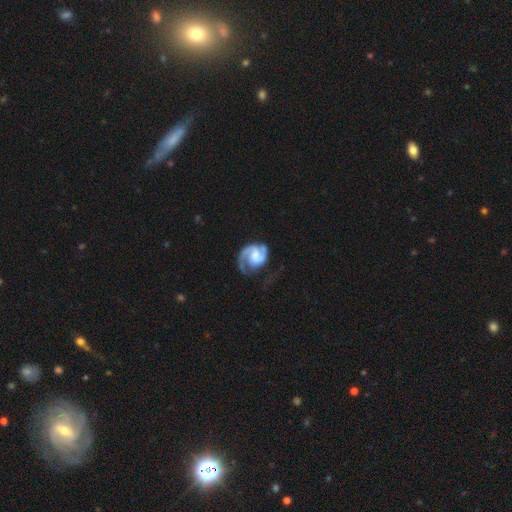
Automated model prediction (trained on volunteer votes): smooth-or-featured: featured or disk: 85% | smooth: 10% | star or artifact: 5%
  disk-edge-on: no: 98% | yes: 2%
    bar: no: 46% | weak: 42% | strong: 12%
    has-spiral-arms: yes: 97% | no: 3%
      spiral-winding: medium: 47% | tight: 35% | loose: 18%
      spiral-arm-count: 2: 72% | 1: 18% | can't tell: 5% | 3: 3% | 4: 1% | more than 4: 1%
    bulge-size: moderate: 30% | none: 28% | small: 24% | large: 16% | dominant: 2%
  merging: none: 51% | major disturbance: 24% | minor disturbance: 23% | merger: 2%